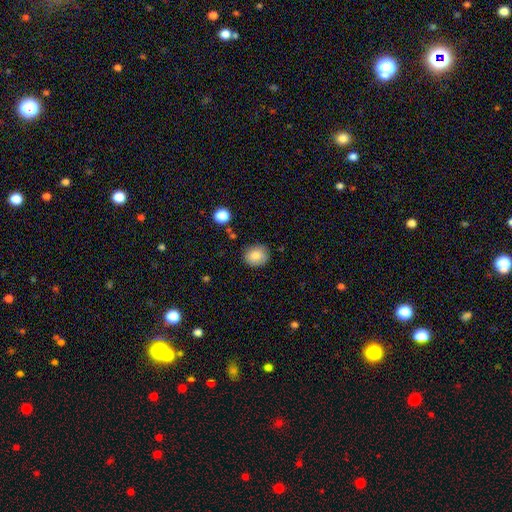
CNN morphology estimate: Overall: smooth (84%). How rounded: round (75%). Merging: none (82%).